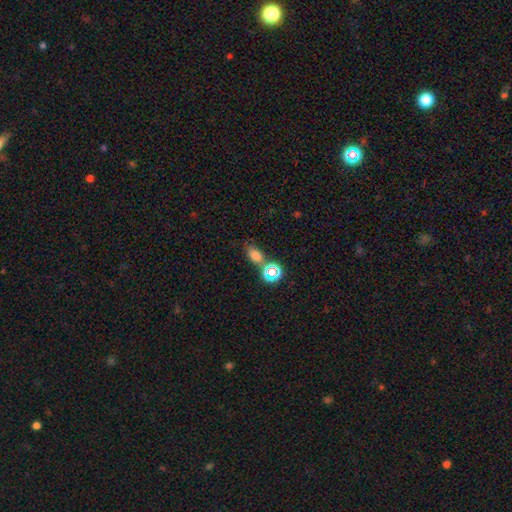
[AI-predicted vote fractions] This appears to be a smooth galaxy with no disk features (66%) that is in between round and cigar-shaped (76%). Merging: none (61%).